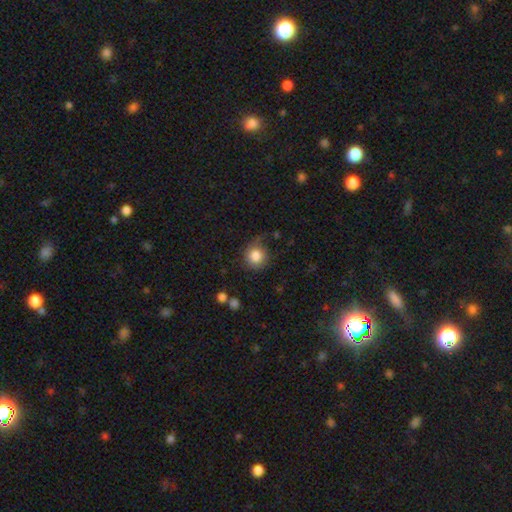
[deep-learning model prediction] smooth 84%, star or artifact 9%, featured or disk 7%. Down the decision tree: how rounded — round (89%); merging — none (69%).